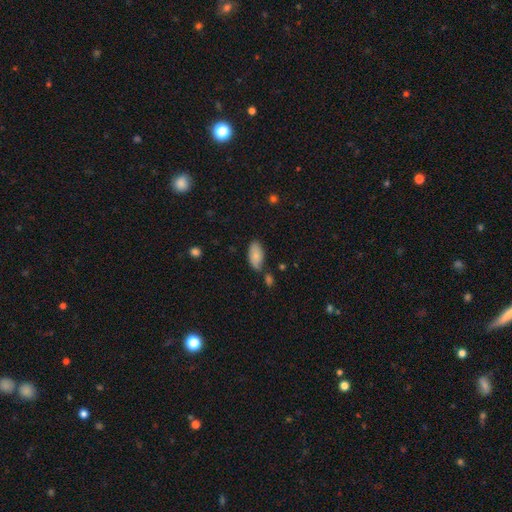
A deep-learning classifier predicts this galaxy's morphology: Overall: smooth (84%). How rounded: in between (94%). Merging: none (67%).